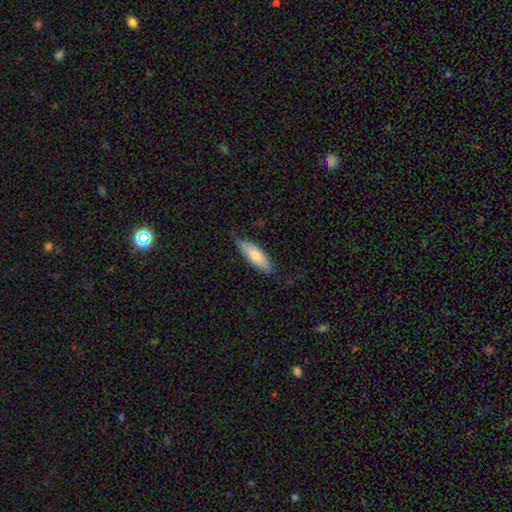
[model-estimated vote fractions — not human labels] Overall: smooth (77%). How rounded: in between (61%; cigar-shaped 37%). Merging: none (74%).